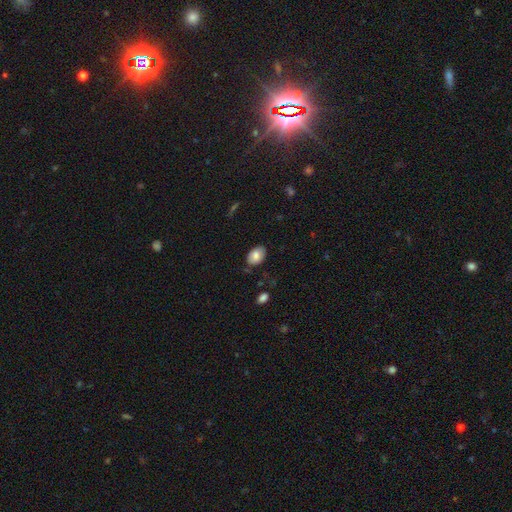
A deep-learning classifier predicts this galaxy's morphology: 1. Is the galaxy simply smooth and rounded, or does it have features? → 80% smooth, 13% featured or disk, 7% star or artifact.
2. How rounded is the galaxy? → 86% in between, 13% round, 1% cigar-shaped.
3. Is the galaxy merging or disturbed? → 78% none, 17% minor disturbance, 3% major disturbance, 2% merger.